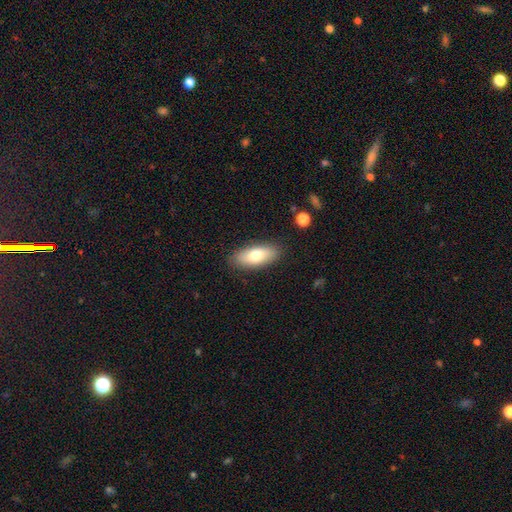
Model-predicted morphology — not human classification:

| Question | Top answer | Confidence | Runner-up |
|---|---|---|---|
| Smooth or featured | smooth | 74% | featured or disk (19%) |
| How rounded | in between | 81% | cigar-shaped (16%) |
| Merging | none | 86% | minor disturbance (10%) |